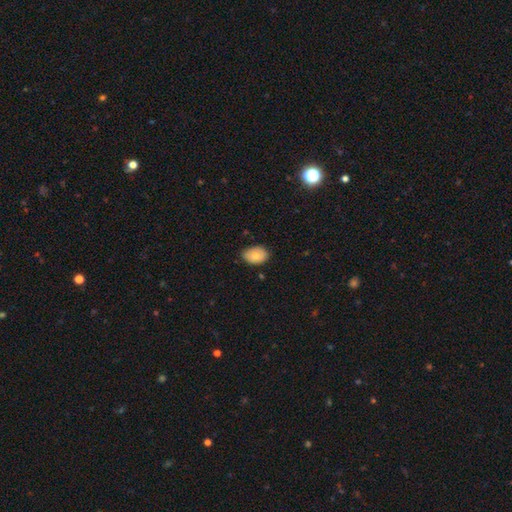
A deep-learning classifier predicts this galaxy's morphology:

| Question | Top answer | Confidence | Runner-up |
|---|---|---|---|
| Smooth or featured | smooth | 80% | featured or disk (13%) |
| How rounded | in between | 84% | round (15%) |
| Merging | none | 75% | minor disturbance (21%) |